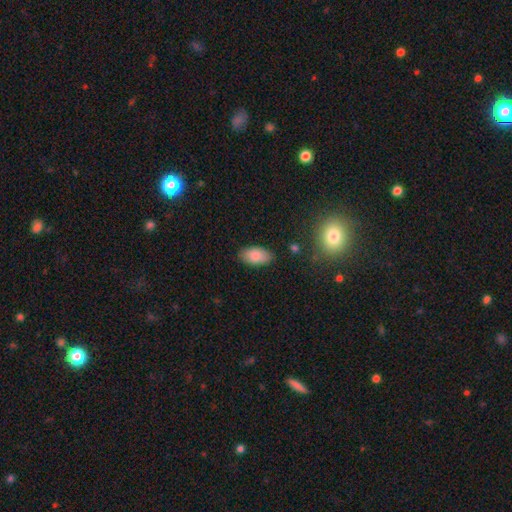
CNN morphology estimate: This is clearly a smooth galaxy (86%). How rounded: clearly in between (94%). Merging: clearly none (84%).